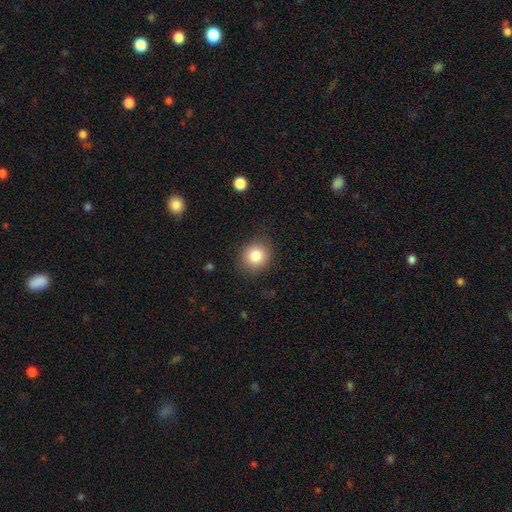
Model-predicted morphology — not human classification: type=smooth (83%); roundness=round (83%); merging=none (86%).